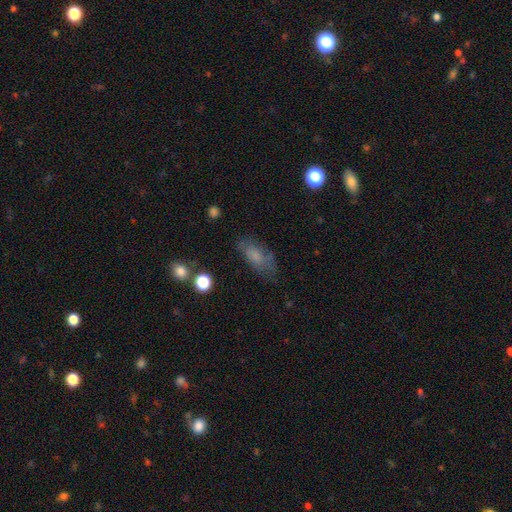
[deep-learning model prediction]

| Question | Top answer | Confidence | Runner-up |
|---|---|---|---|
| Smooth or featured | smooth | 63% | featured or disk (26%) |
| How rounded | in between | 82% | cigar-shaped (13%) |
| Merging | none | 64% | minor disturbance (22%) |